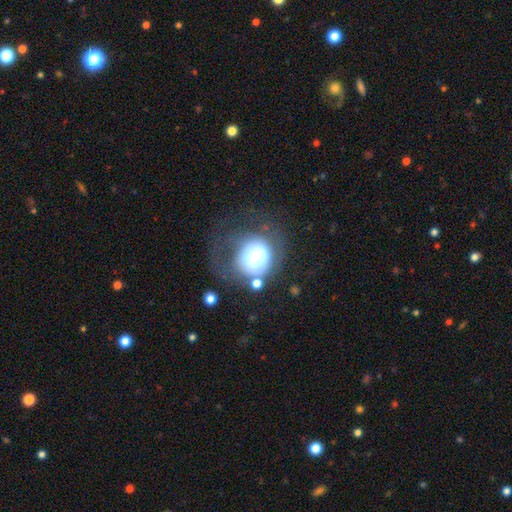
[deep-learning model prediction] A smooth galaxy with no disk features (56%) that is round (72%).

Vote fractions:
- Smooth or featured? smooth: 56% / featured or disk: 33% / star or artifact: 11%
- How rounded? round: 72% / in between: 27% / cigar-shaped: 1%
- Merging? major disturbance: 35% / none: 34% / minor disturbance: 19% / merger: 12%